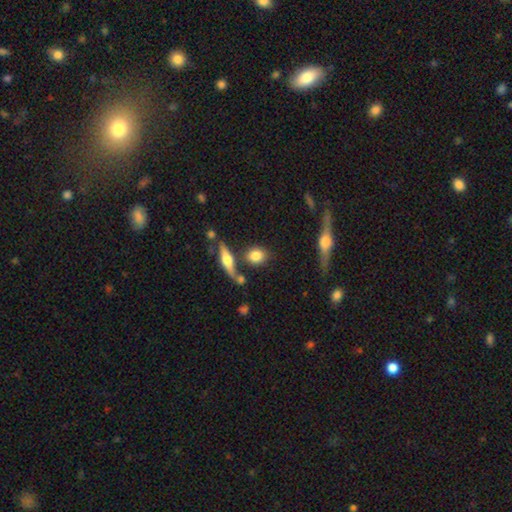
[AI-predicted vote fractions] smooth-or-featured: smooth: 78% | featured or disk: 14% | star or artifact: 8%
  how-rounded: round: 58% | in between: 37% | cigar-shaped: 5%
  merging: none: 72% | merger: 12% | minor disturbance: 12% | major disturbance: 4%